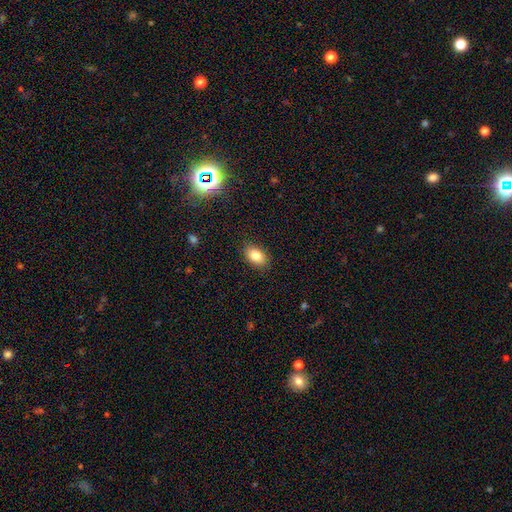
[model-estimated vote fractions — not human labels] Q: Smooth or featured?
A: smooth (82%); runner-up: star or artifact (9%)
Q: How rounded?
A: in between (87%); runner-up: round (11%)
Q: Merging?
A: none (87%); runner-up: minor disturbance (9%)